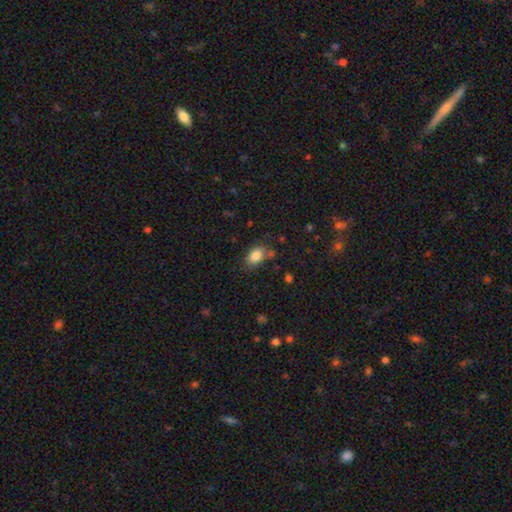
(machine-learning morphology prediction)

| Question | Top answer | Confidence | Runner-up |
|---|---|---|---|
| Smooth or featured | smooth | 84% | star or artifact (9%) |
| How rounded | in between | 82% | round (17%) |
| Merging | none | 68% | minor disturbance (19%) |